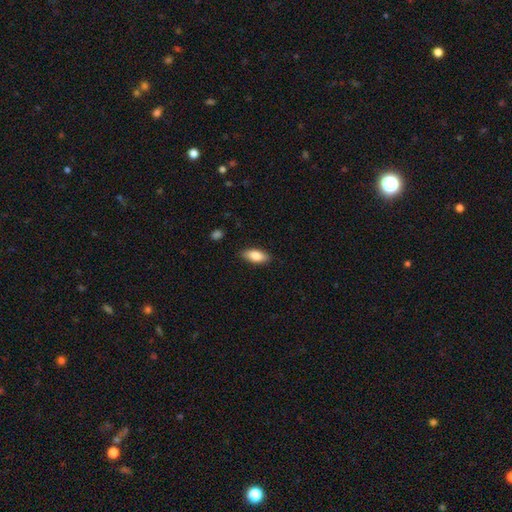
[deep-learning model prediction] smooth_or_featured: smooth (p=0.81) [alt: featured or disk p=0.13]
how_rounded: in between (p=0.84) [alt: cigar-shaped p=0.14]
merging: none (p=0.87) [alt: minor disturbance p=0.10]